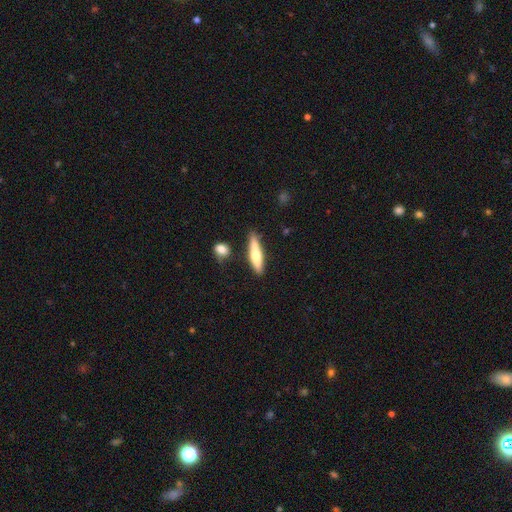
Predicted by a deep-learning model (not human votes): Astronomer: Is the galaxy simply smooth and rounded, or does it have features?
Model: smooth — 55% (runner-up: featured or disk, 40%).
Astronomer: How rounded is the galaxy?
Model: cigar-shaped — 79%.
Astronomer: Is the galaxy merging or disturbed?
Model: none — 81%.